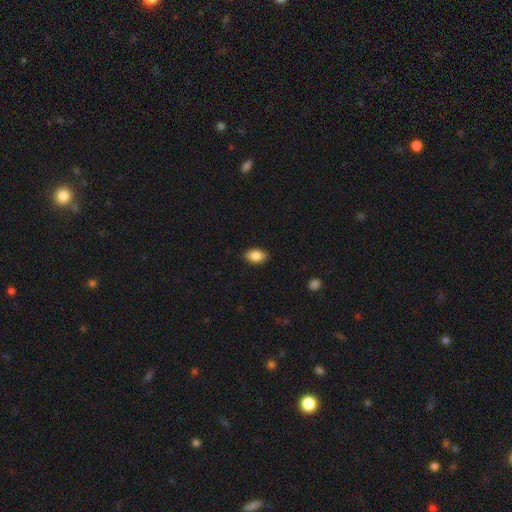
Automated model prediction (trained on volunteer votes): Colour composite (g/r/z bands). It shows a smooth galaxy with no disk features (85%) that is in between round and cigar-shaped (90%). Merging: none (88%).